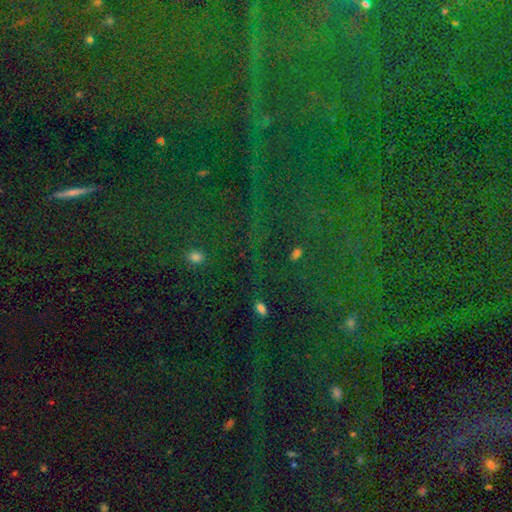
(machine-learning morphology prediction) A star or artifact, not a galaxy (81%).

Vote fractions:
- Smooth or featured? star or artifact: 81% / smooth: 11% / featured or disk: 8%